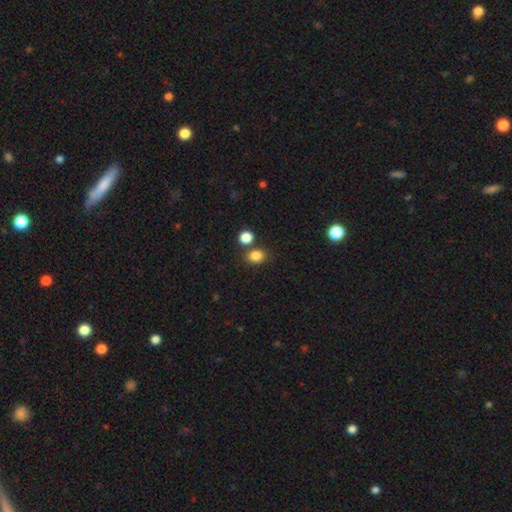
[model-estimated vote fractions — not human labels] This appears to be a smooth galaxy with no disk features (84%) that is round (58%). Merging: none (72%).